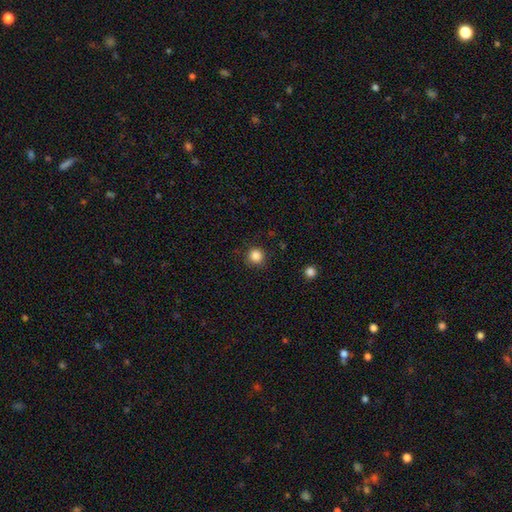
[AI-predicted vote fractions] A smooth galaxy with no disk features (86%) that is round (94%).

Vote fractions:
- Smooth or featured? smooth: 86% / star or artifact: 11% / featured or disk: 4%
- How rounded? round: 94% / in between: 5% / cigar-shaped: 1%
- Merging? none: 89% / minor disturbance: 7% / major disturbance: 2% / merger: 1%